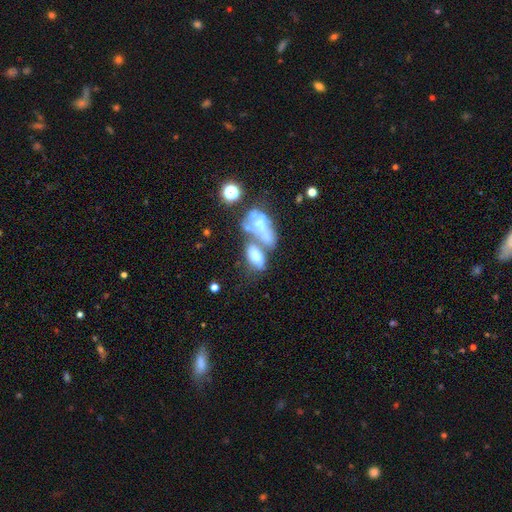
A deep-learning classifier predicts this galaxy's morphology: smooth_or_featured: smooth (p=0.52) [alt: featured or disk p=0.34]
how_rounded: in between (p=0.85) [alt: cigar-shaped p=0.08]
merging: merger (p=0.60) [alt: none p=0.17]